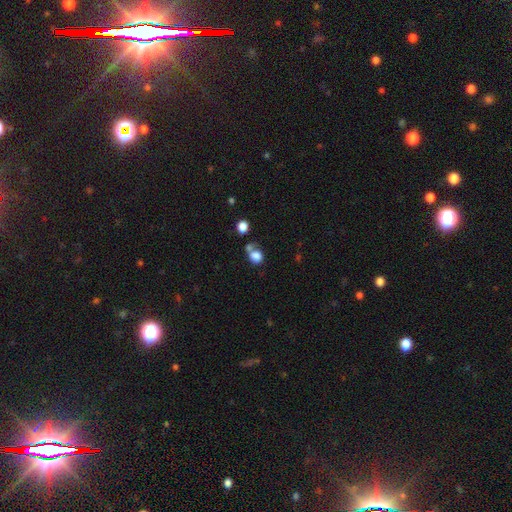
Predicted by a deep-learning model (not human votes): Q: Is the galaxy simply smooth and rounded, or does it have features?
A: smooth — 81%.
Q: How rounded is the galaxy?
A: round — 68%.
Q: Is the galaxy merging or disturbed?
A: none — 41%.